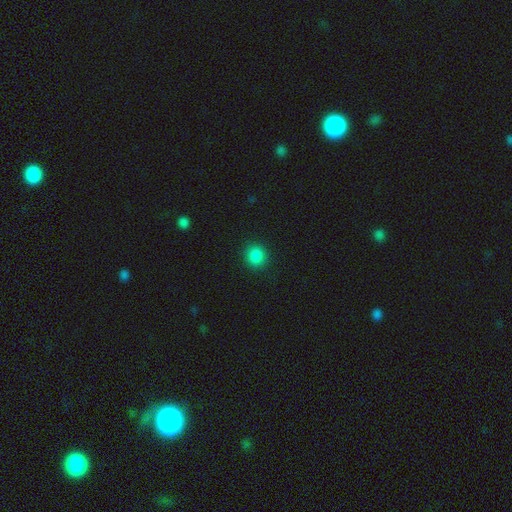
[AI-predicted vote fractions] This is clearly a smooth galaxy (86%). How rounded: clearly round (82%). Merging: clearly none (90%).